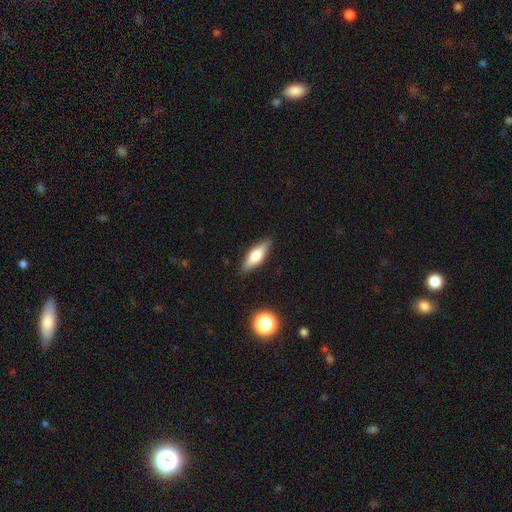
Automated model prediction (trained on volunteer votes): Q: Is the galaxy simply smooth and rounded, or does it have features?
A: smooth — 64%.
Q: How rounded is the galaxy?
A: in between — 57%.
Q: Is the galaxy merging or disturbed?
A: none — 85%.